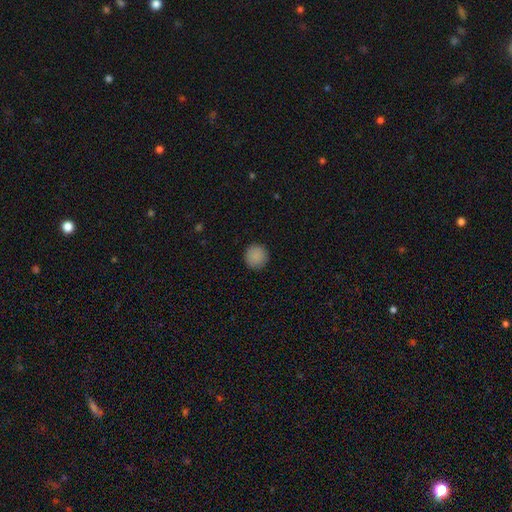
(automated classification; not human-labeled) A smooth galaxy with no disk features (88%) that is round (95%).

Vote fractions:
- Smooth or featured? smooth: 88% / star or artifact: 8% / featured or disk: 3%
- How rounded? round: 95% / in between: 4% / cigar-shaped: 1%
- Merging? none: 92% / minor disturbance: 5% / major disturbance: 2% / merger: 1%